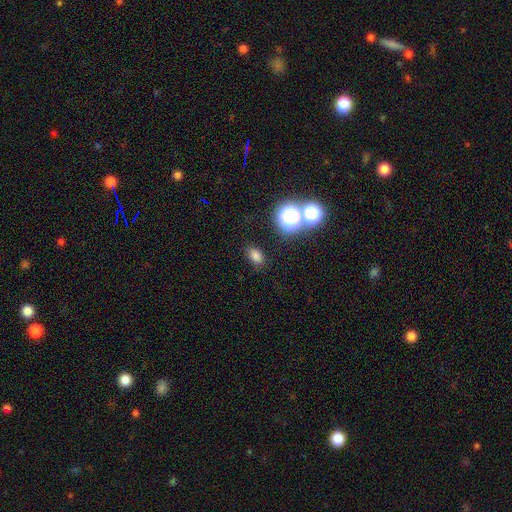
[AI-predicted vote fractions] Smooth or featured?
  - smooth: 77% *
  - star or artifact: 18%
  - featured or disk: 6%
How rounded?
  - in between: 78% *
  - round: 20%
  - cigar-shaped: 2%
Merging?
  - none: 83% *
  - minor disturbance: 10%
  - merger: 4%
  - major disturbance: 3%